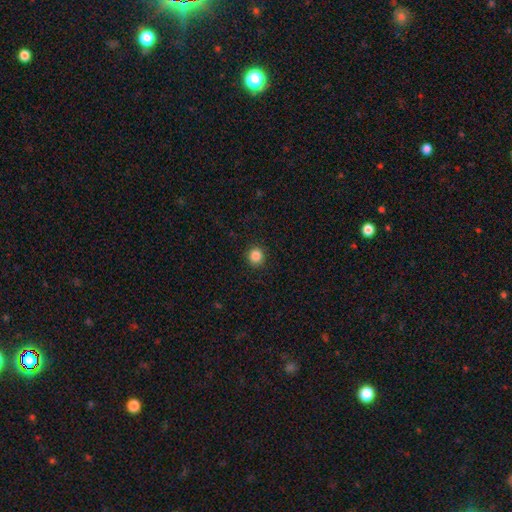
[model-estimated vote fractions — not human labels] smooth_or_featured: smooth (p=0.85) [alt: star or artifact p=0.11]
how_rounded: round (p=0.91) [alt: in between p=0.08]
merging: none (p=0.92) [alt: minor disturbance p=0.05]